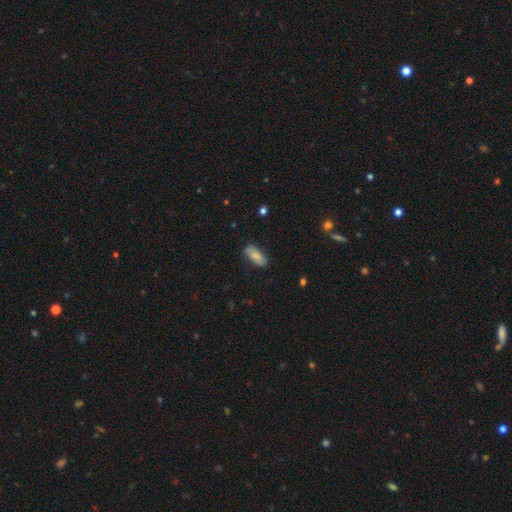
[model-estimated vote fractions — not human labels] The model was most divided on "smooth or featured": smooth: 72%, featured or disk: 22%, star or artifact: 7%. More confident: how rounded — in between (83%); merging — none (77%).